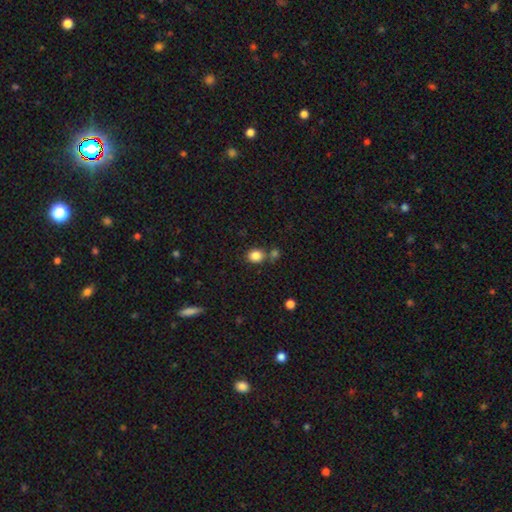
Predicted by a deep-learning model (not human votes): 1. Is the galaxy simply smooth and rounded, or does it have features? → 85% smooth, 10% star or artifact, 5% featured or disk.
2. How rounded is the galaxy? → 59% round, 40% in between, 1% cigar-shaped.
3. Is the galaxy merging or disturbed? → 66% none, 20% merger, 10% minor disturbance, 3% major disturbance.